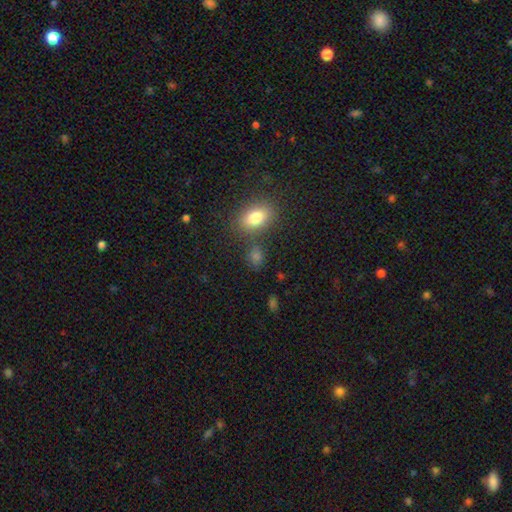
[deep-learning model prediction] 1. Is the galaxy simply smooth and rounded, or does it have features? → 77% smooth, 14% star or artifact, 8% featured or disk.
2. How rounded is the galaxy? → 69% in between, 28% round, 3% cigar-shaped.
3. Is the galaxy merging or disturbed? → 71% none, 13% merger, 12% minor disturbance, 4% major disturbance.